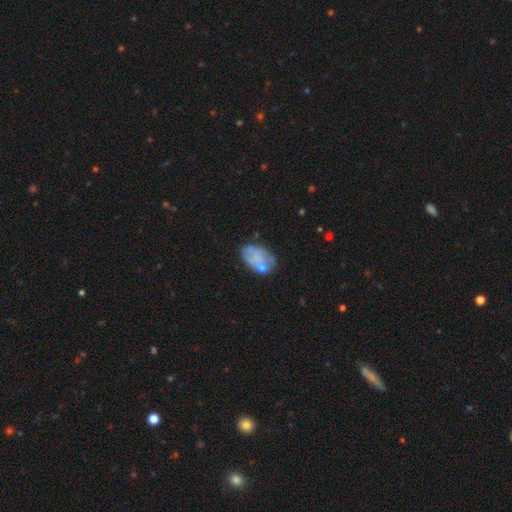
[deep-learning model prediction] Q: Smooth or featured?
A: smooth (52%); runner-up: featured or disk (40%)
Q: How rounded?
A: in between (88%); runner-up: round (11%)
Q: Merging?
A: none (50%); runner-up: minor disturbance (26%)